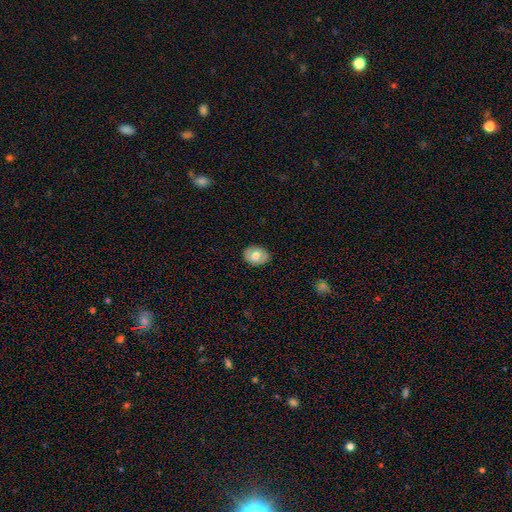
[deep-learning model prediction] Smooth or featured? Predicted: smooth (p=0.68). How rounded? Predicted: in between (p=0.61). Merging? Predicted: none (p=0.87).